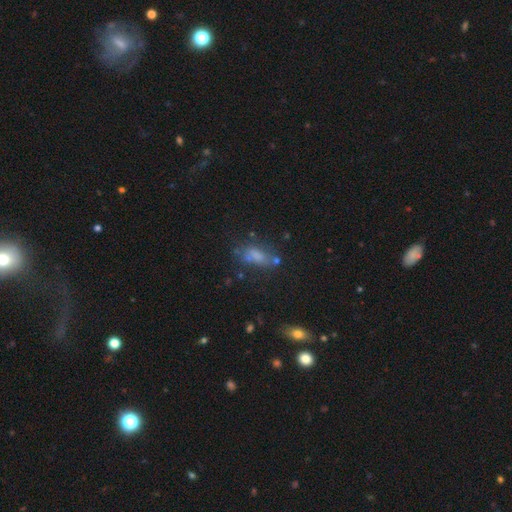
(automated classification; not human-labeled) smooth 61%, featured or disk 22%, star or artifact 16%. Down the decision tree: how rounded — in between (76%); merging — none (48%).